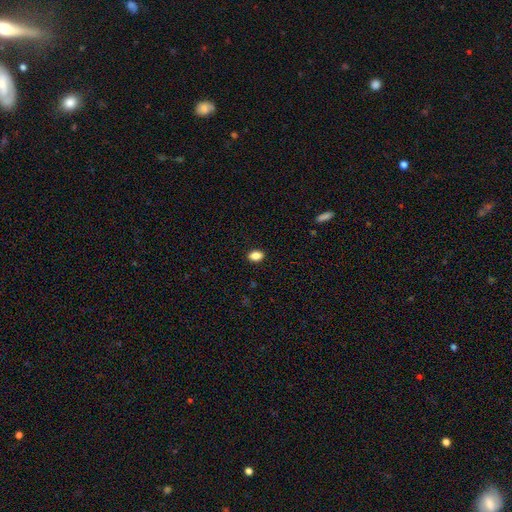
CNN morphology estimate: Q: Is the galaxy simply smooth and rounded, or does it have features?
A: smooth — 87%.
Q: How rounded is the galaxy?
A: in between — 80%.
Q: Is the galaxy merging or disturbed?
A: none — 90%.